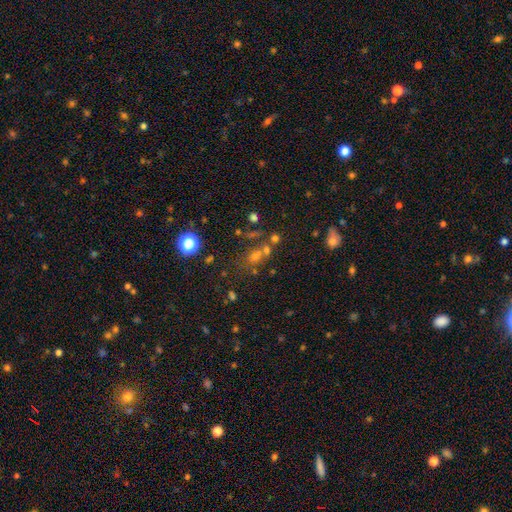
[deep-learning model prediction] Smooth or featured: smooth — 44% (star or artifact — 41%)
Merging: none — 51% (merger — 26%)